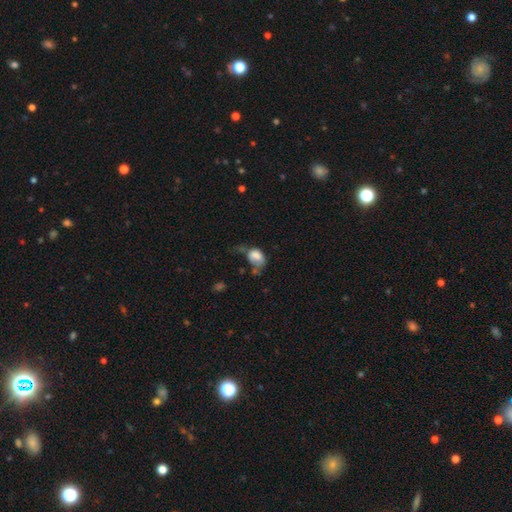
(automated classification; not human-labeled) This appears to be a smooth galaxy with no disk features (74%) that is in between round and cigar-shaped (72%). Merging: major disturbance (38%).